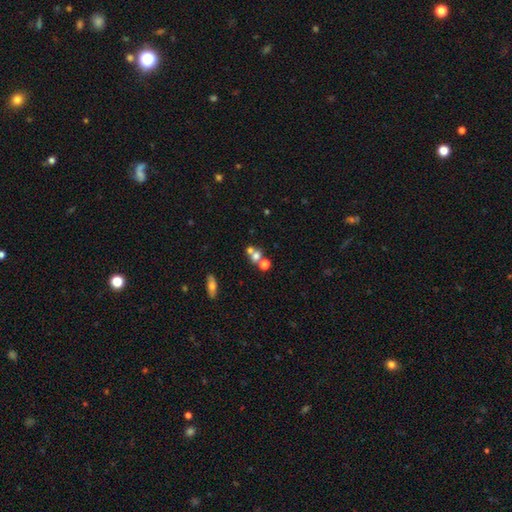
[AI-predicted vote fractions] A smooth galaxy with no disk features (61%) that is round (70%). Merging: merger (47%).